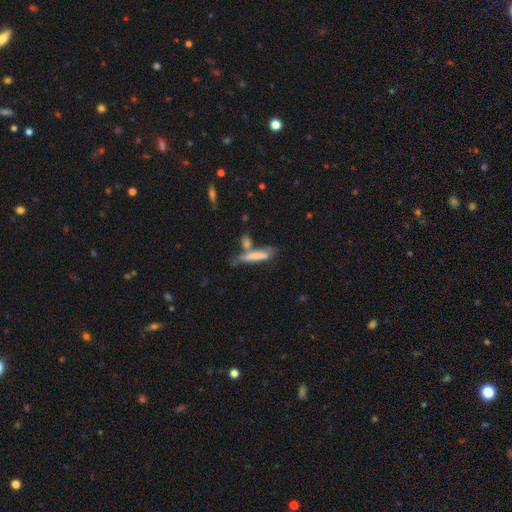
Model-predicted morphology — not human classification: smooth_or_featured: smooth (p=0.69) [alt: featured or disk p=0.24]
how_rounded: cigar-shaped (p=0.84) [alt: in between p=0.14]
merging: none (p=0.48) [alt: merger p=0.24]